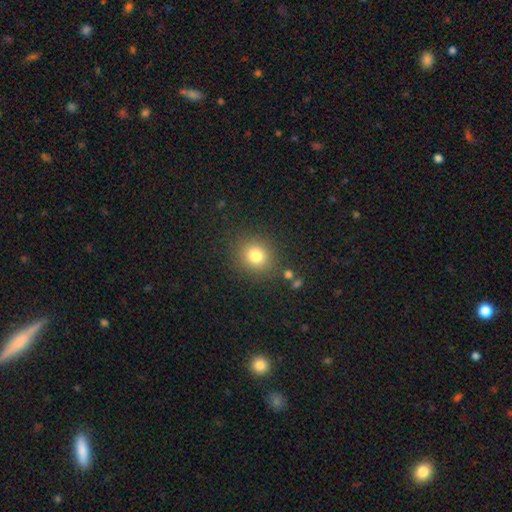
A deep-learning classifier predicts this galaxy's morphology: Q: Smooth or featured?
A: smooth (80%); runner-up: star or artifact (13%)
Q: How rounded?
A: round (83%); runner-up: in between (16%)
Q: Merging?
A: none (85%); runner-up: minor disturbance (9%)